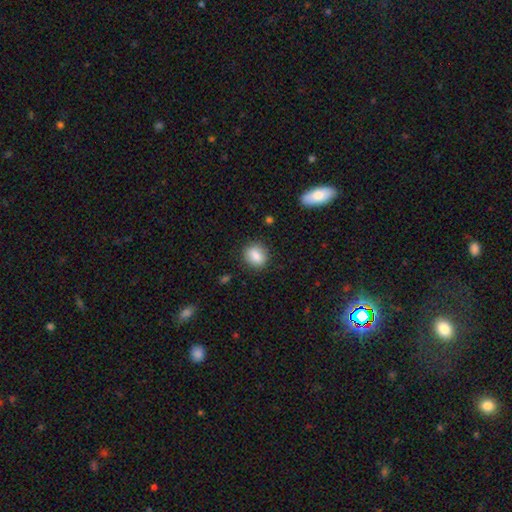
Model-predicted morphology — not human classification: smooth 85%, star or artifact 8%, featured or disk 7%. Down the decision tree: how rounded — round (66%); merging — none (86%).